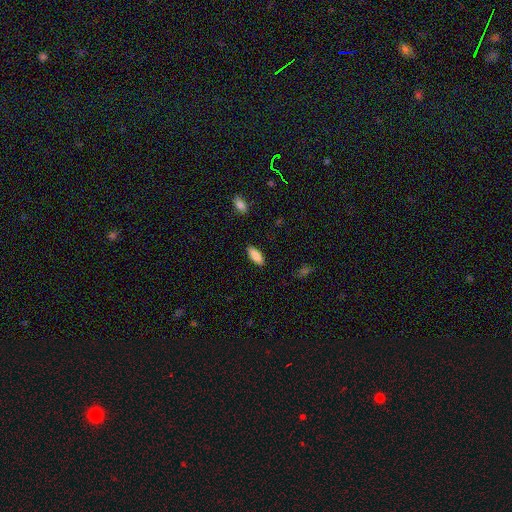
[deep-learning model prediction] The model was most divided on "how rounded": in between: 81%, cigar-shaped: 17%, round: 2%. More confident: smooth or featured — smooth (88%); merging — none (87%).